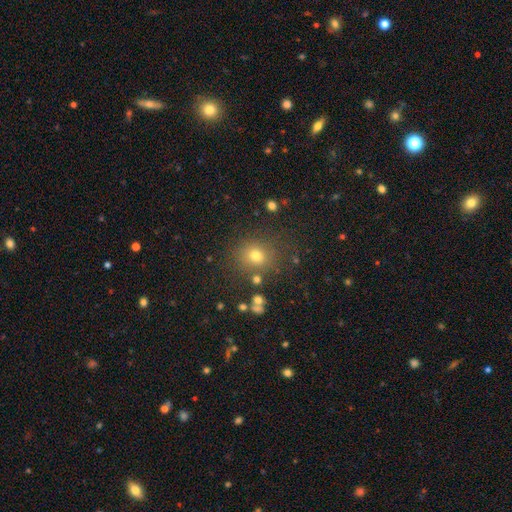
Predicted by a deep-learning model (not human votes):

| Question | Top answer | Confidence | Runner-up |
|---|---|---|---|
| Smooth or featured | smooth | 72% | star or artifact (19%) |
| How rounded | round | 80% | in between (19%) |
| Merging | none | 79% | minor disturbance (11%) |